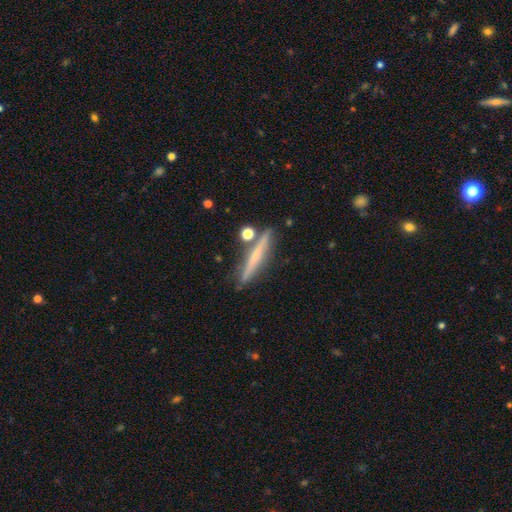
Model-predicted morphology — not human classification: Smooth or featured? featured or disk (54%)
Edge-on disk? yes (95%)
Edge-on bulge? none (50%)
Merging? none (81%)